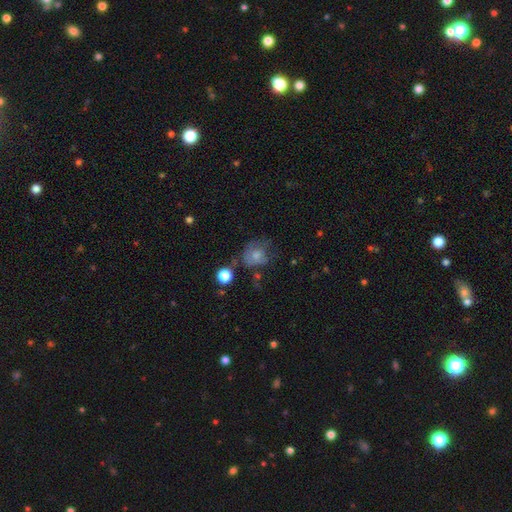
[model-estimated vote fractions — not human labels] This appears to be a smooth galaxy with no disk features (63%) that is round (62%). Merging: none (35%).